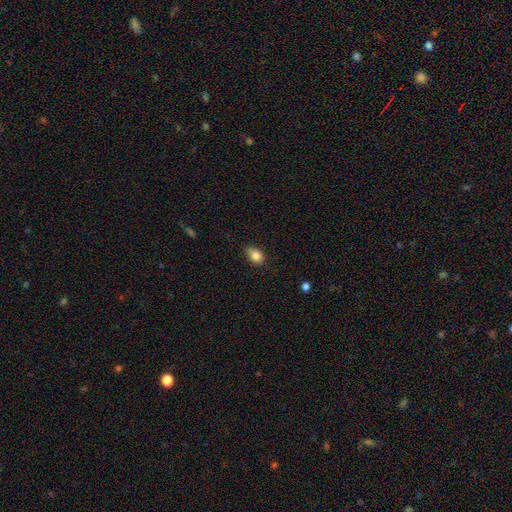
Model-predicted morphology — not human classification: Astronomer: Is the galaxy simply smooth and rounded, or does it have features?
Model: smooth — 84%.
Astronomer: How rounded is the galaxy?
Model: in between — 66%.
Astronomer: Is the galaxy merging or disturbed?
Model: none — 68%.